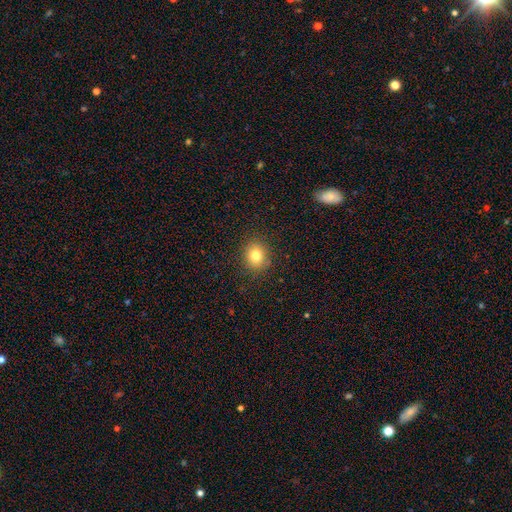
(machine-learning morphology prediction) A smooth galaxy with no disk features (80%) that is round (73%). Merging: none (88%).